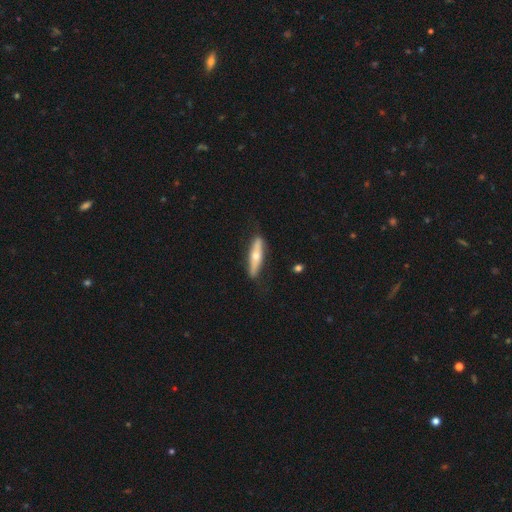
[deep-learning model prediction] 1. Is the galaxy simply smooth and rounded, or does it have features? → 50% featured or disk, 45% smooth, 5% star or artifact.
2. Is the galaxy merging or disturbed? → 79% none, 16% minor disturbance, 3% major disturbance, 2% merger.